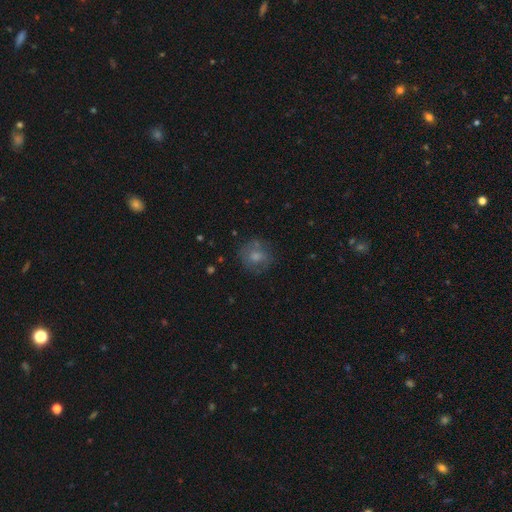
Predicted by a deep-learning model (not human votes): The model was most divided on "smooth or featured": smooth: 68%, featured or disk: 22%, star or artifact: 10%. More confident: how rounded — round (81%); merging — none (68%).